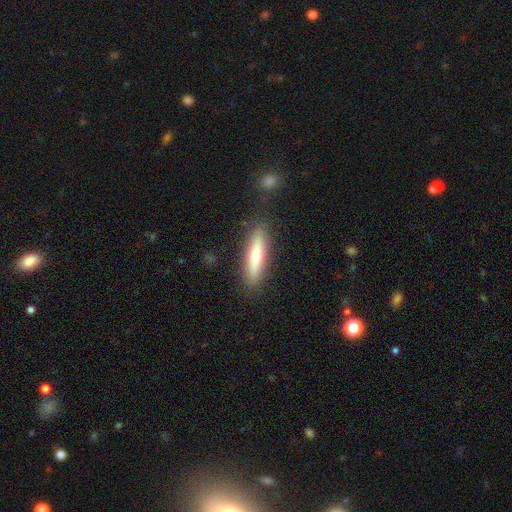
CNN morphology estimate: type=smooth (61%); roundness=cigar-shaped (80%); merging=none (86%).